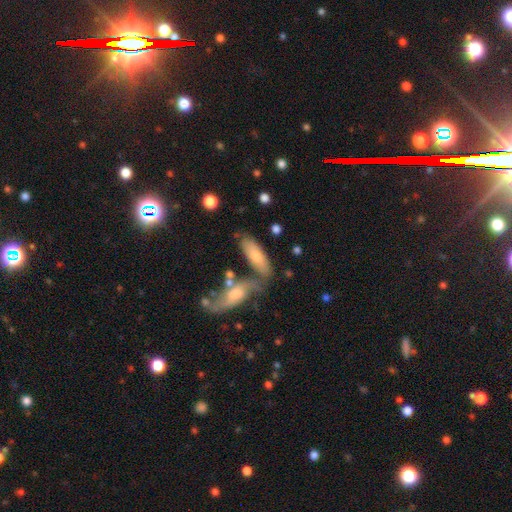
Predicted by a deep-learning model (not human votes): Smooth or featured?
  - smooth: 68% *
  - featured or disk: 26%
  - star or artifact: 6%
How rounded?
  - in between: 64% *
  - cigar-shaped: 33%
  - round: 3%
Merging?
  - none: 55% *
  - merger: 25%
  - minor disturbance: 15%
  - major disturbance: 6%